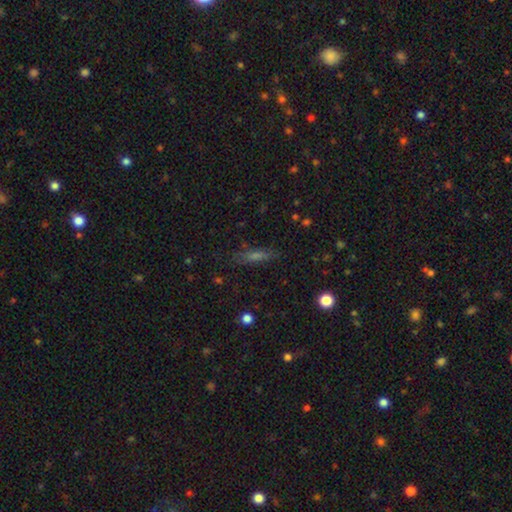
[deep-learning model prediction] A smooth galaxy with no disk features (52%) that is cigar-shaped (76%). Merging: none (82%).